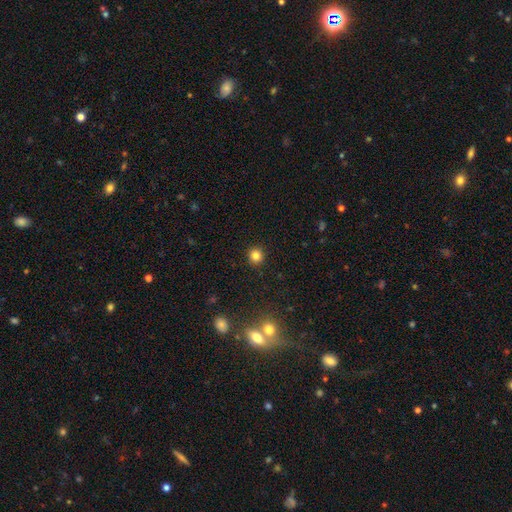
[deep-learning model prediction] smooth 82%, star or artifact 13%, featured or disk 4%. Down the decision tree: how rounded — round (93%); merging — none (92%).